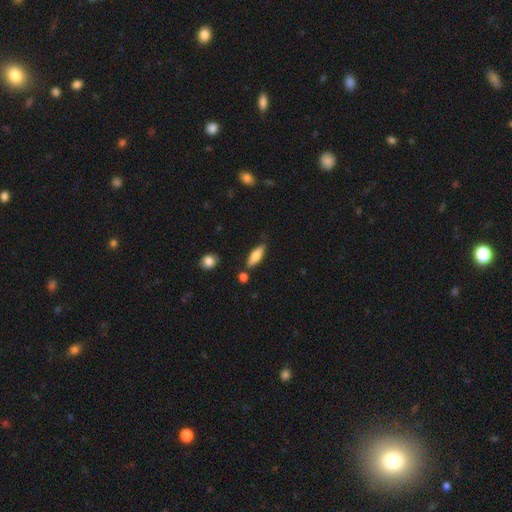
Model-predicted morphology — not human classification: Overall: smooth (73%). How rounded: in between (55%; cigar-shaped 43%). Merging: none (76%).